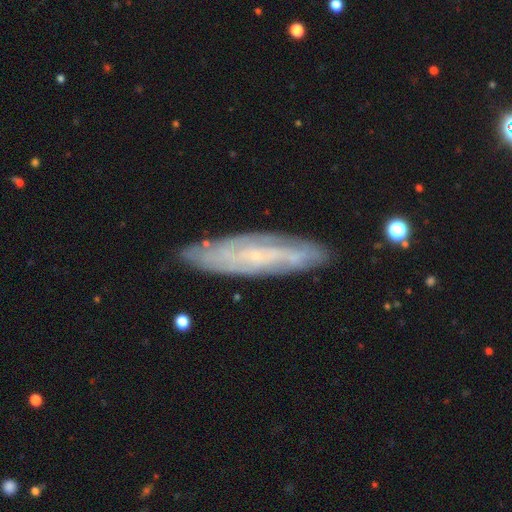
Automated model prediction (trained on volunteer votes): This is likely a featured or disk galaxy (77%). It is likely not viewed edge-on (71%). Bar: possibly no (59%). Spiral arm pattern: clearly yes (91%). Central bulge: likely small (79%). Merging: clearly none (82%).